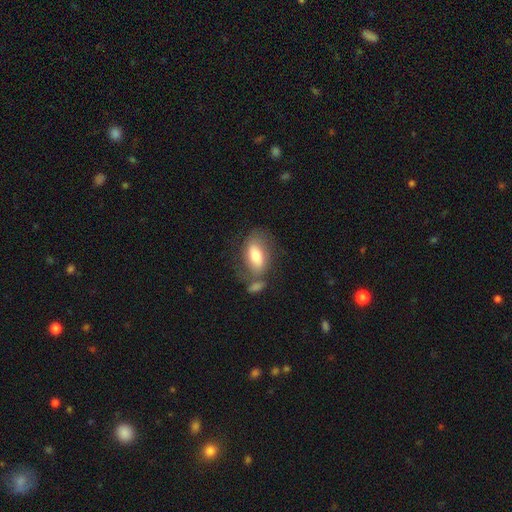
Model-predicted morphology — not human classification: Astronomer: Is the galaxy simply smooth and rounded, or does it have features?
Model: smooth — 64%.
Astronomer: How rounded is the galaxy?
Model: in between — 89%.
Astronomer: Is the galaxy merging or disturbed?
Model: none — 49%.